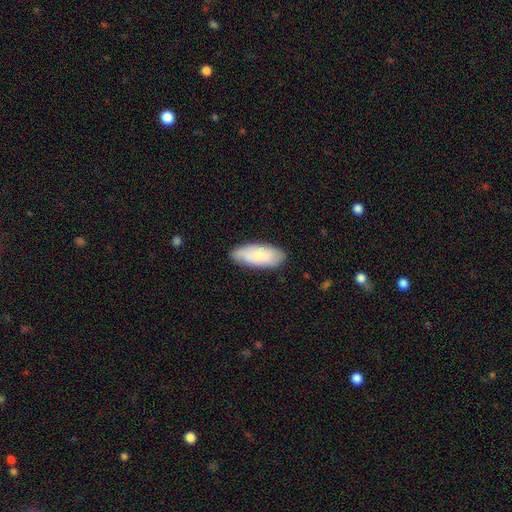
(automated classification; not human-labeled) smooth-or-featured: smooth: 73% | featured or disk: 21% | star or artifact: 6%
  how-rounded: in between: 84% | cigar-shaped: 14% | round: 2%
  merging: none: 83% | minor disturbance: 14% | major disturbance: 2% | merger: 1%